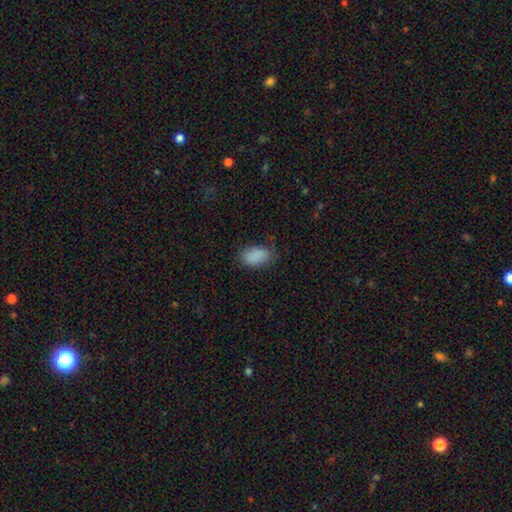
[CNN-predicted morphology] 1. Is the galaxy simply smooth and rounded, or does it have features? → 87% smooth, 8% star or artifact, 5% featured or disk.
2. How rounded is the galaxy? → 92% in between, 6% round, 2% cigar-shaped.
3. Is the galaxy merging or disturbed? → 70% none, 23% minor disturbance, 6% major disturbance, 1% merger.